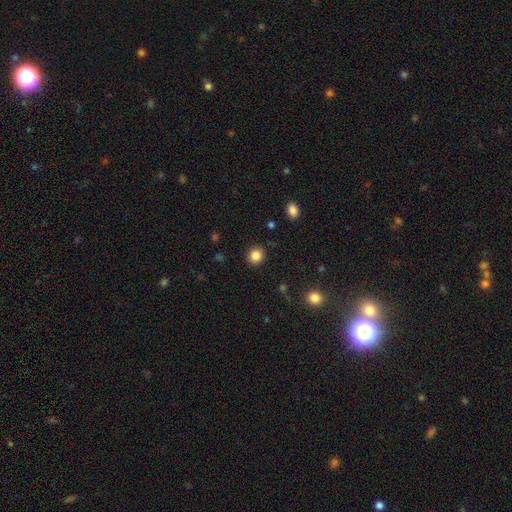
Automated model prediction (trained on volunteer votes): smooth-or-featured: smooth: 85% | star or artifact: 11% | featured or disk: 4%
  how-rounded: round: 90% | in between: 9% | cigar-shaped: 1%
  merging: none: 90% | minor disturbance: 7% | major disturbance: 2% | merger: 1%